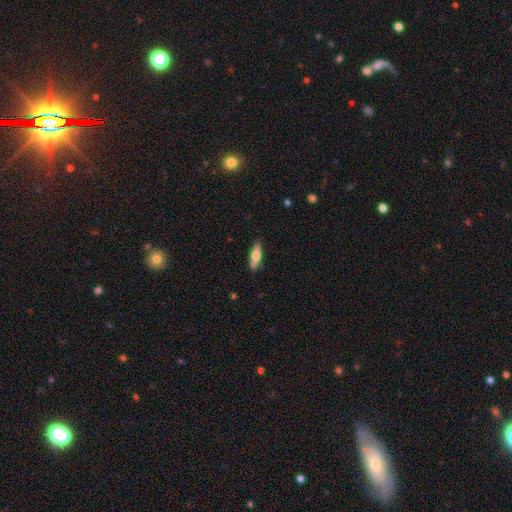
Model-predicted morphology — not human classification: Smooth or featured? smooth (62%)
How rounded? cigar-shaped (52%)
Merging? none (77%)